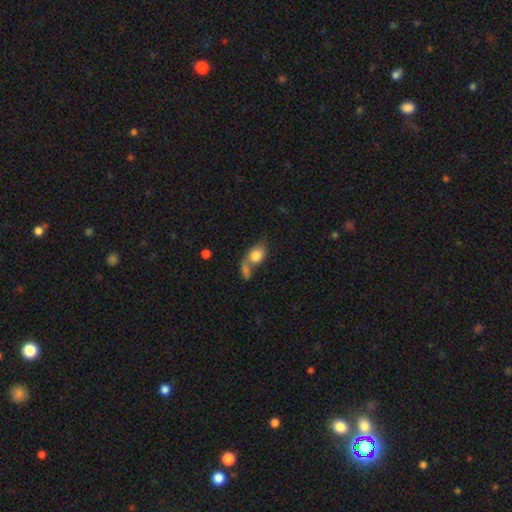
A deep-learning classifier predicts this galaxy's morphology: Smooth or featured?
  - smooth: 76% *
  - featured or disk: 16%
  - star or artifact: 8%
How rounded?
  - in between: 72% *
  - round: 26%
  - cigar-shaped: 3%
Merging?
  - merger: 51% *
  - none: 27%
  - minor disturbance: 11%
  - major disturbance: 10%